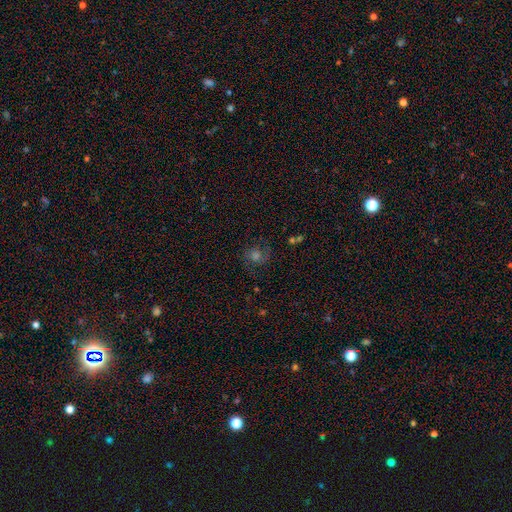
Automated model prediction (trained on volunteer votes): Smooth or featured? Predicted: featured or disk (p=0.50). Edge-on disk? Predicted: no (p=0.97). Merging? Predicted: none (p=0.76).